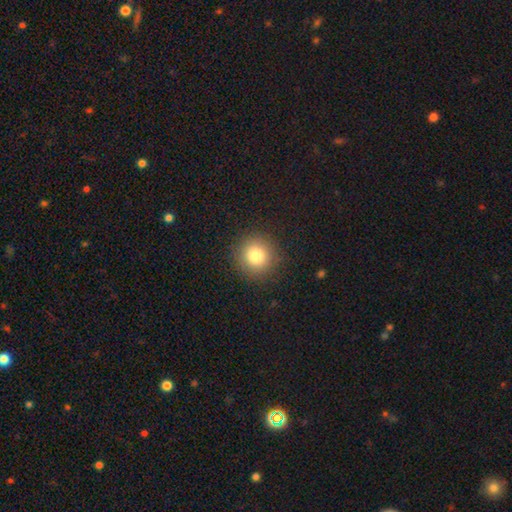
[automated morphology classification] Overall: smooth (81%). How rounded: round (93%). Merging: none (90%).